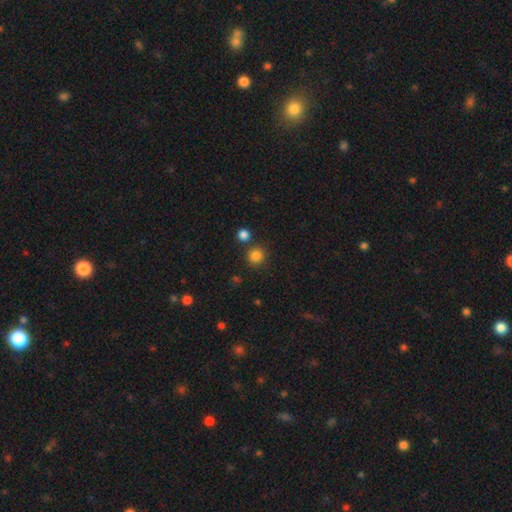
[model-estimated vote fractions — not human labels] The model was most divided on "smooth or featured": smooth: 83%, star or artifact: 13%, featured or disk: 4%. More confident: how rounded — round (92%); merging — none (80%).